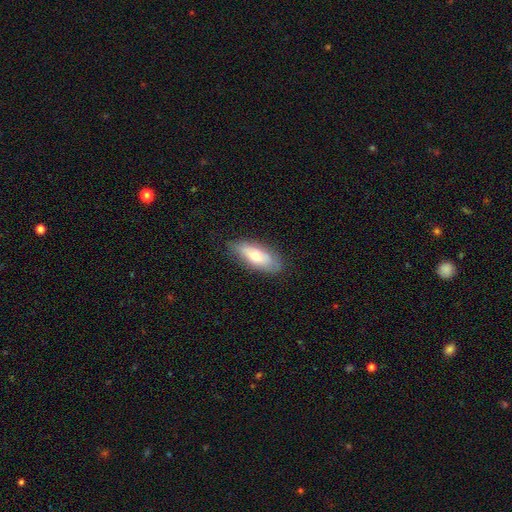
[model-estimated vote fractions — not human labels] A smooth galaxy with no disk features (61%) that is in between round and cigar-shaped (77%).

Vote fractions:
- Smooth or featured? smooth: 61% / featured or disk: 32% / star or artifact: 7%
- How rounded? in between: 77% / cigar-shaped: 20% / round: 3%
- Merging? none: 80% / minor disturbance: 16% / major disturbance: 3% / merger: 1%